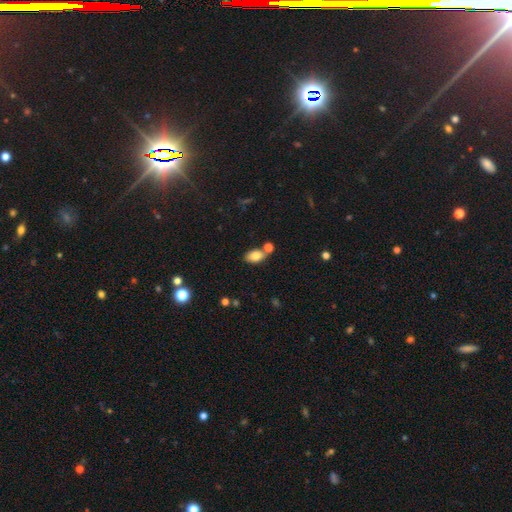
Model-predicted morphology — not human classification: smooth-or-featured: smooth: 81% | featured or disk: 10% | star or artifact: 9%
  how-rounded: in between: 90% | round: 8% | cigar-shaped: 2%
  merging: none: 63% | merger: 21% | minor disturbance: 12% | major disturbance: 3%